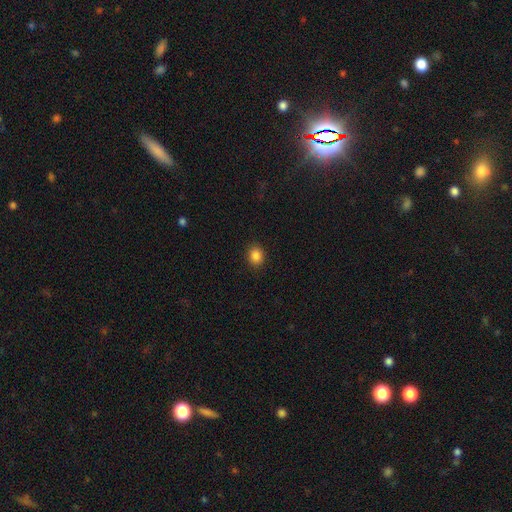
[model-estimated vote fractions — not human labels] smooth_or_featured: smooth (p=0.86) [alt: star or artifact p=0.11]
how_rounded: round (p=0.64) [alt: in between p=0.35]
merging: none (p=0.90) [alt: minor disturbance p=0.07]